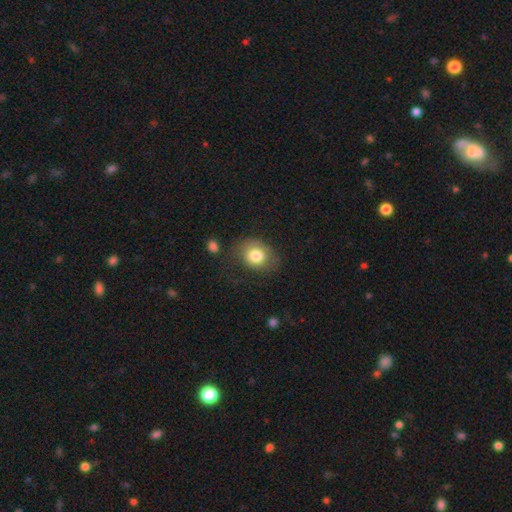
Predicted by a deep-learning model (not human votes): Morphology: type=smooth (80%); roundness=round (58%); merging=none (63%).